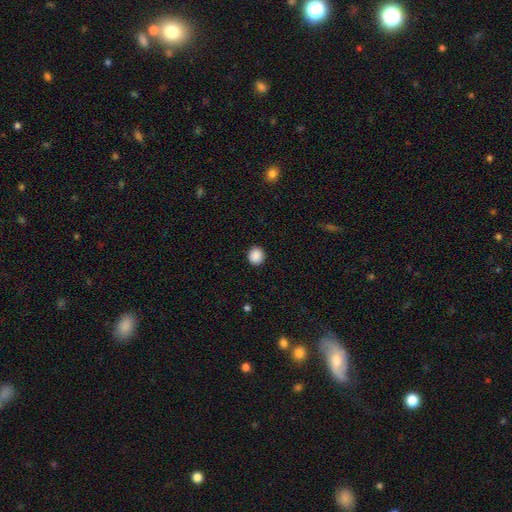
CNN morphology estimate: Smooth or featured? Predicted: smooth (p=0.89). How rounded? Predicted: round (p=0.89). Merging? Predicted: none (p=0.92).